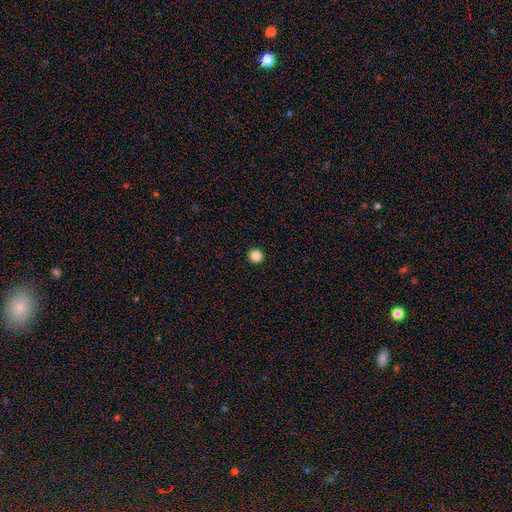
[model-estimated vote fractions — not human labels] Q: Smooth or featured?
A: smooth (86%); runner-up: star or artifact (11%)
Q: How rounded?
A: round (96%); runner-up: in between (3%)
Q: Merging?
A: none (94%); runner-up: minor disturbance (3%)